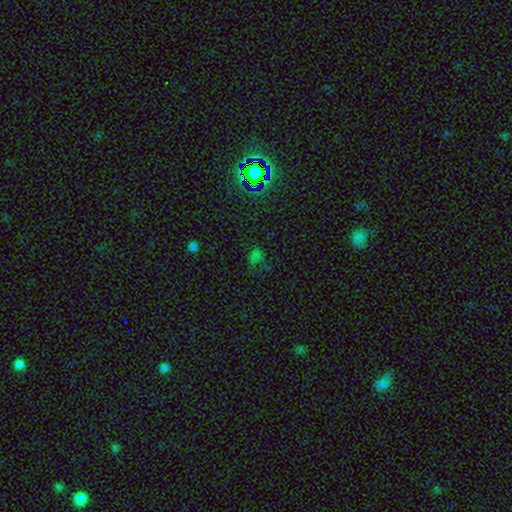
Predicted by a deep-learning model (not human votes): star or artifact 49%, smooth 42%, featured or disk 9%.